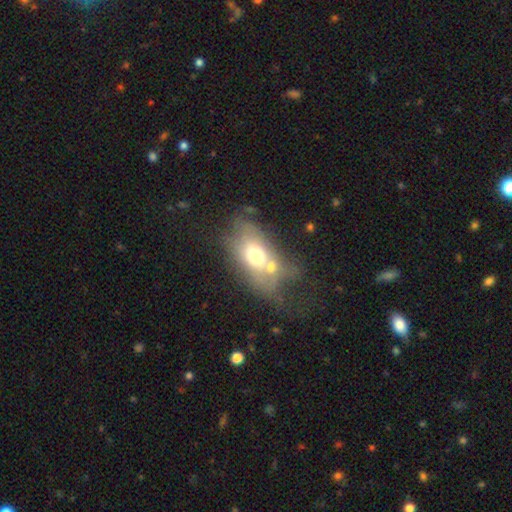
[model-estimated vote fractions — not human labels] Morphology: type=smooth (53%); roundness=in between (81%); merging=merger (37%).